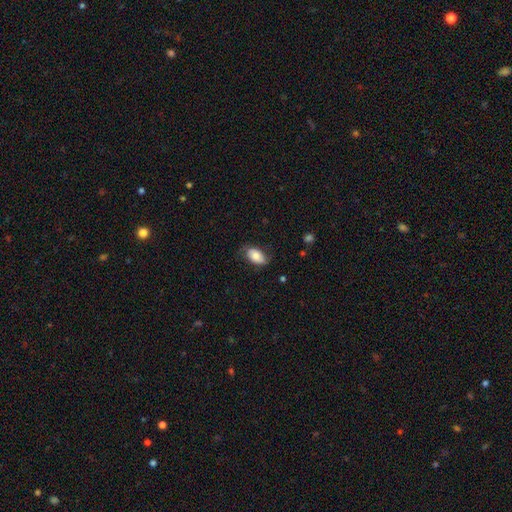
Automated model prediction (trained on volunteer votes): smooth-or-featured: smooth: 74% | featured or disk: 19% | star or artifact: 7%
  how-rounded: in between: 93% | round: 5% | cigar-shaped: 2%
  merging: none: 68% | minor disturbance: 24% | major disturbance: 7% | merger: 1%